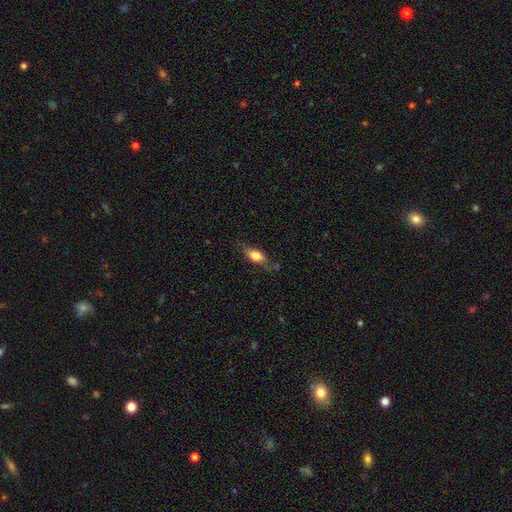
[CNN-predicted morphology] The model was most divided on "merging": none: 61%, minor disturbance: 26%, major disturbance: 10%, merger: 3%. More confident: how rounded — in between (76%); smooth or featured — smooth (67%).